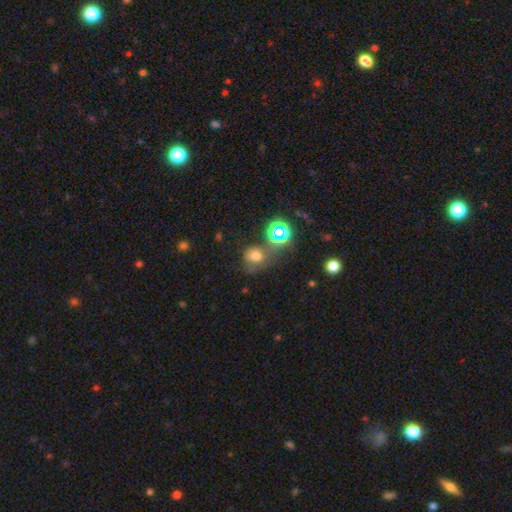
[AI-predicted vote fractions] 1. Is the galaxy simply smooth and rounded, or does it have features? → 63% smooth, 26% star or artifact, 12% featured or disk.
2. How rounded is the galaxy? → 72% round, 27% in between, 1% cigar-shaped.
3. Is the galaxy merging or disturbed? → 54% none, 20% minor disturbance, 14% merger, 12% major disturbance.